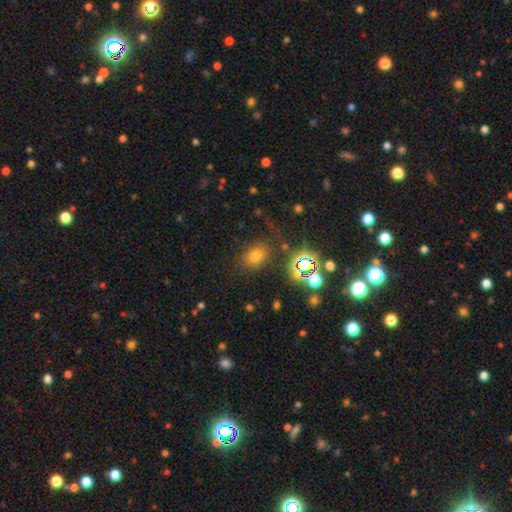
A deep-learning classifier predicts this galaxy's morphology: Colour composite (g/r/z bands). It shows a smooth galaxy with no disk features (64%) that is in between round and cigar-shaped (61%). Merging: none (76%).